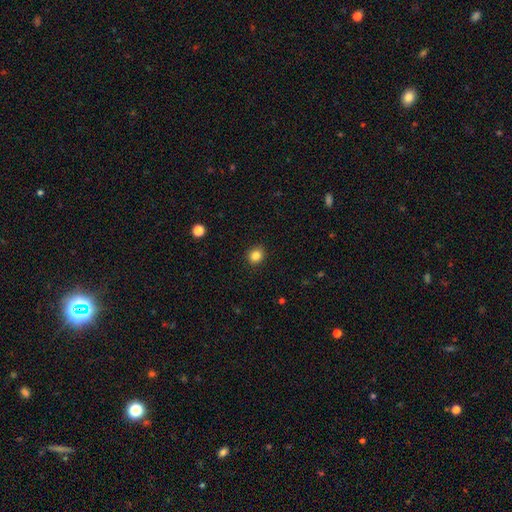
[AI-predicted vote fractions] A smooth galaxy with no disk features (84%) that is round (79%). Merging: none (91%).